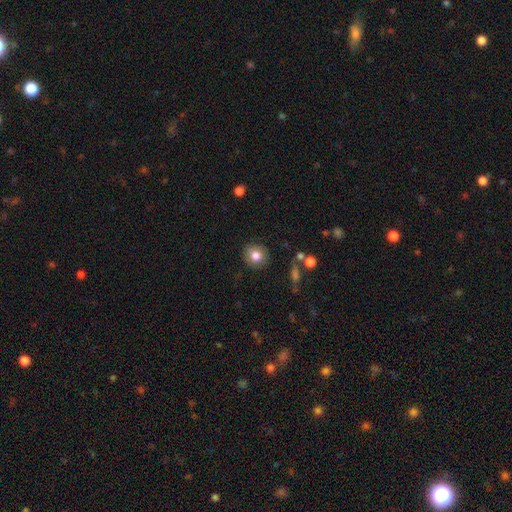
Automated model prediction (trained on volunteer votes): Q: Smooth or featured?
A: smooth (81%); runner-up: featured or disk (10%)
Q: How rounded?
A: round (84%); runner-up: in between (15%)
Q: Merging?
A: none (86%); runner-up: minor disturbance (9%)